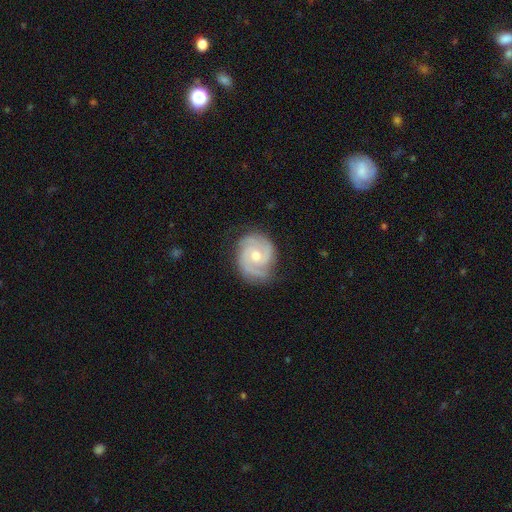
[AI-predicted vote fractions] Smooth or featured? Predicted: featured or disk (p=0.86). Edge-on disk? Predicted: no (p=0.98). Bar? Predicted: no (p=0.65). Spiral arms? Predicted: yes (p=0.97). Spiral winding? Predicted: tight (p=0.61). Spiral arm count? Predicted: 2 (p=0.40). Bulge size? Predicted: moderate (p=0.58). Merging? Predicted: none (p=0.77).